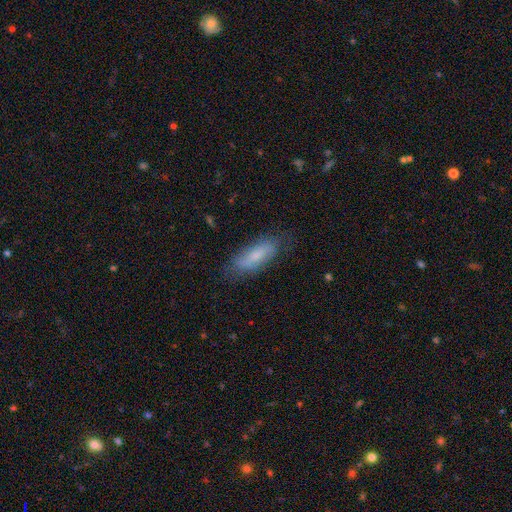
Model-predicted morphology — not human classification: A smooth galaxy with no disk features (66%) that is in between round and cigar-shaped (59%). Merging: none (74%).